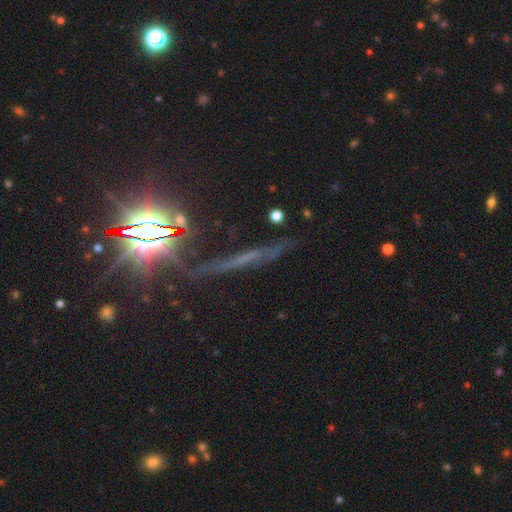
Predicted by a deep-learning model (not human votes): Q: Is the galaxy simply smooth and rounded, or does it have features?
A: star or artifact — 47%.